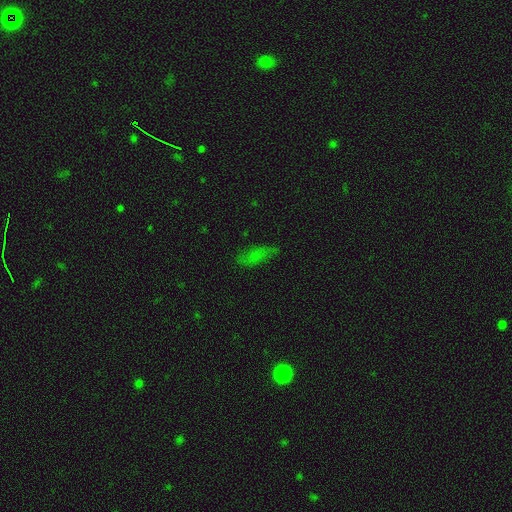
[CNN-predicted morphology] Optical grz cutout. It shows a smooth galaxy with no disk features (59%) that is in between round and cigar-shaped (63%). Merging: none (69%).